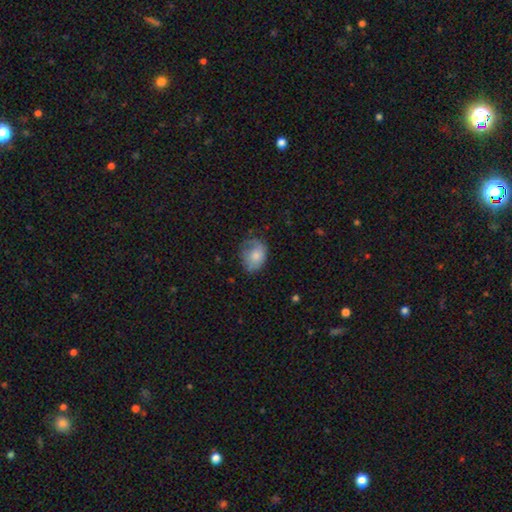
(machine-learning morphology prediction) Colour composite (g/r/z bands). It shows a smooth galaxy with no disk features (66%) that is in between round and cigar-shaped (62%). Merging: none (49%).